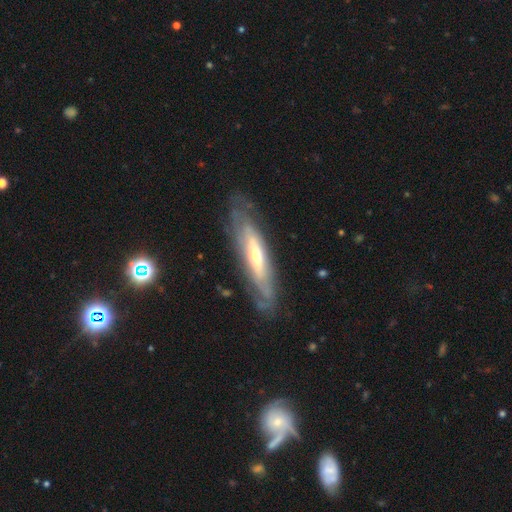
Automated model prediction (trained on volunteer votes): Smooth or featured: featured or disk — 74% (smooth — 20%)
Edge-on disk: no — 57% (yes — 43%)
Merging: none — 75% (minor disturbance — 16%)